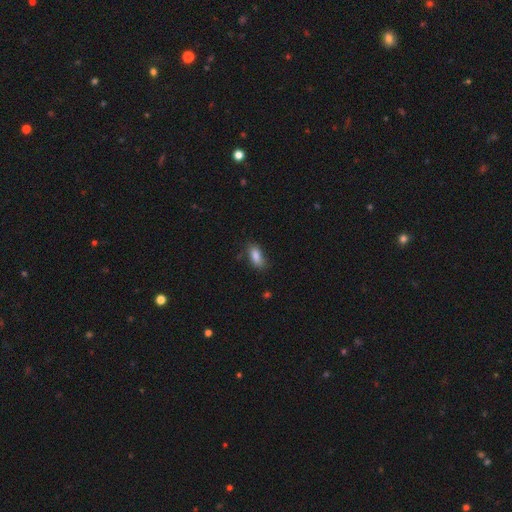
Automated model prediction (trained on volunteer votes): Smooth or featured: smooth — 84% (star or artifact — 8%)
How rounded: in between — 86% (cigar-shaped — 10%)
Merging: none — 71% (minor disturbance — 21%)